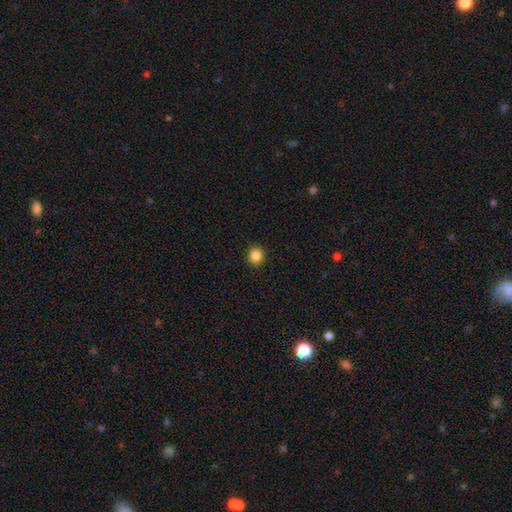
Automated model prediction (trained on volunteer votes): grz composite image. It shows a smooth galaxy with no disk features (85%) that is round (89%). Merging: none (92%).